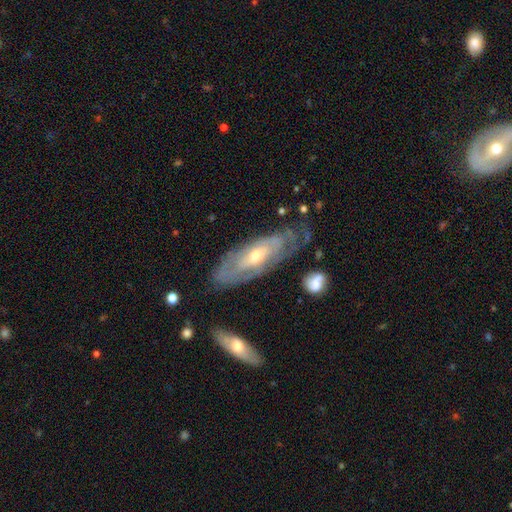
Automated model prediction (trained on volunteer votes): Morphology: type=featured or disk (77%); edge-on=no (80%); bar=no (63%); spiral arms=yes (75%); bulge=moderate (56%); merging=none (69%).